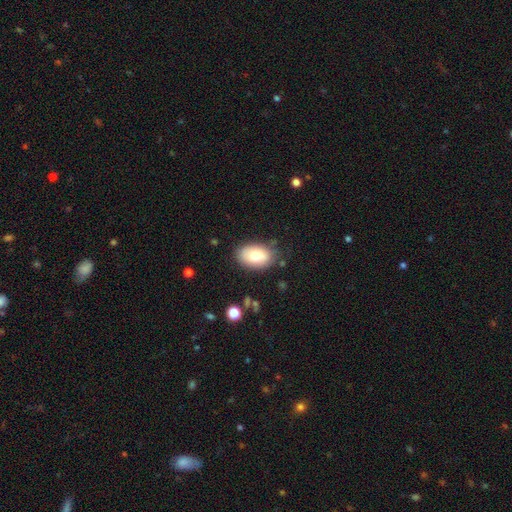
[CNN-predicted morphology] A smooth galaxy with no disk features (82%) that is in between round and cigar-shaped (92%).

Vote fractions:
- Smooth or featured? smooth: 82% / featured or disk: 11% / star or artifact: 7%
- How rounded? in between: 92% / round: 7% / cigar-shaped: 1%
- Merging? none: 78% / minor disturbance: 16% / major disturbance: 4% / merger: 2%